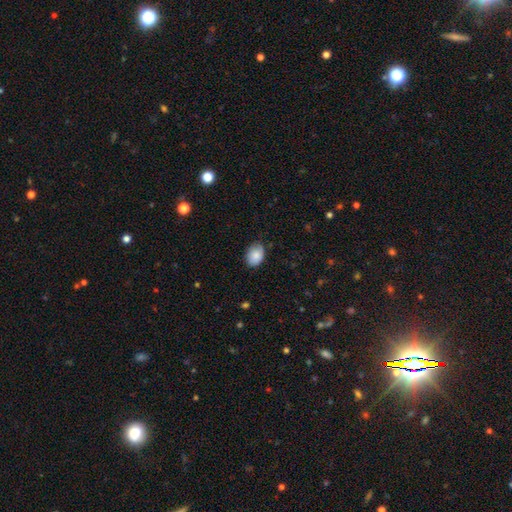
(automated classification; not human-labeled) Smooth or featured: smooth — 85% (featured or disk — 8%)
How rounded: in between — 75% (round — 24%)
Merging: none — 76% (minor disturbance — 20%)